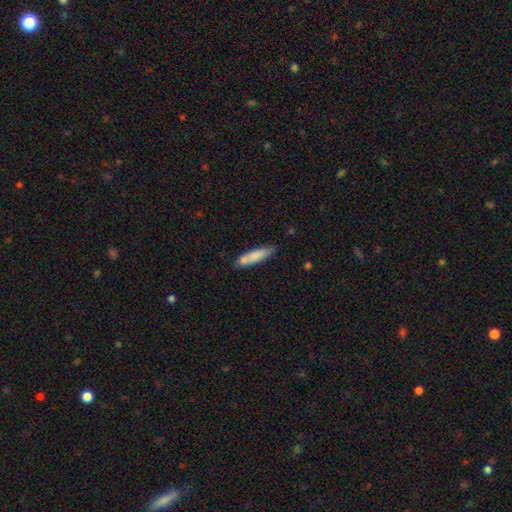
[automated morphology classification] smooth-or-featured: smooth: 78% | featured or disk: 16% | star or artifact: 6%
  how-rounded: cigar-shaped: 73% | in between: 26% | round: 2%
  merging: none: 64% | minor disturbance: 19% | merger: 13% | major disturbance: 4%